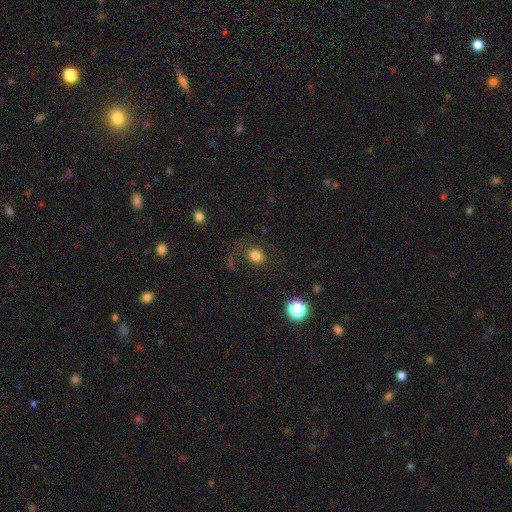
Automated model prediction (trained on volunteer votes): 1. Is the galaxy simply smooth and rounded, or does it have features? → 80% smooth, 13% star or artifact, 7% featured or disk.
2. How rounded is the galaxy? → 54% round, 45% in between, 1% cigar-shaped.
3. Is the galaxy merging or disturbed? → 69% none, 16% minor disturbance, 12% major disturbance, 3% merger.